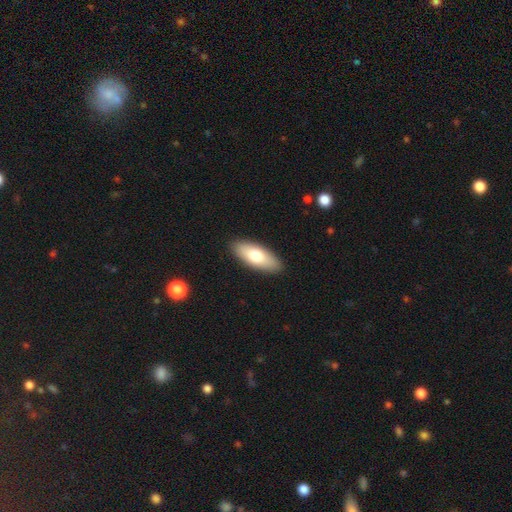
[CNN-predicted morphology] A smooth galaxy with no disk features (74%) that is in between round and cigar-shaped (76%). Merging: none (90%).